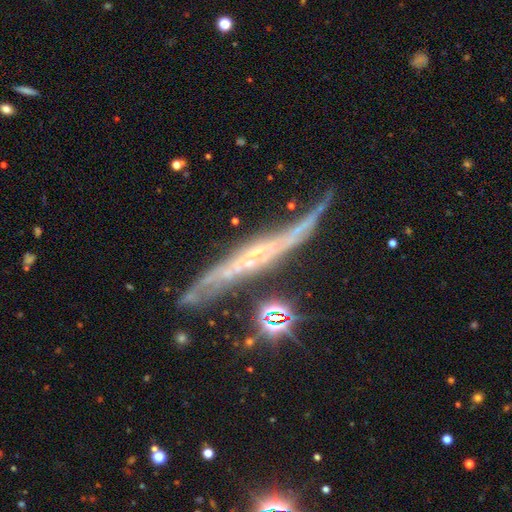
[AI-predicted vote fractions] The model was most divided on "edge-on bulge": none: 63%, rounded: 29%, boxy: 8%. More confident: smooth or featured — featured or disk (78%); edge-on disk — yes (78%); merging — none (60%).